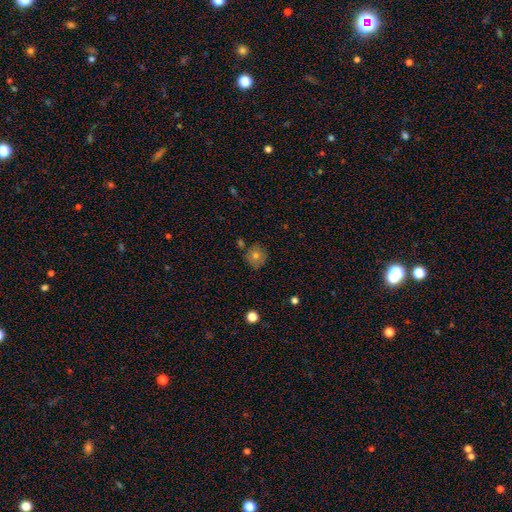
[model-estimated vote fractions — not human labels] Smooth or featured? smooth (70%)
How rounded? round (90%)
Merging? none (76%)